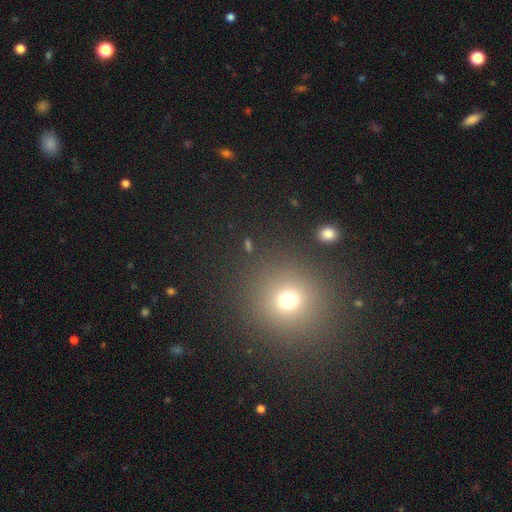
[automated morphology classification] A smooth galaxy with no disk features (60%) that is round (91%).

Vote fractions:
- Smooth or featured? smooth: 60% / star or artifact: 33% / featured or disk: 7%
- How rounded? round: 91% / in between: 8% / cigar-shaped: 1%
- Merging? none: 91% / minor disturbance: 5% / major disturbance: 2% / merger: 2%